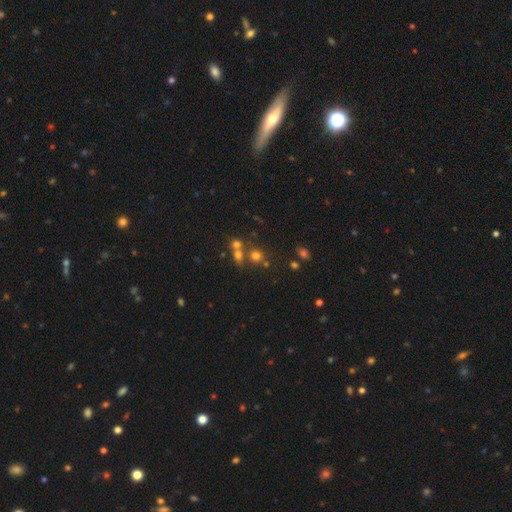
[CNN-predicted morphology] Smooth or featured?
  - smooth: 58% *
  - star or artifact: 28%
  - featured or disk: 13%
How rounded?
  - round: 85% *
  - in between: 13%
  - cigar-shaped: 1%
Merging?
  - none: 56% *
  - merger: 33%
  - minor disturbance: 8%
  - major disturbance: 4%